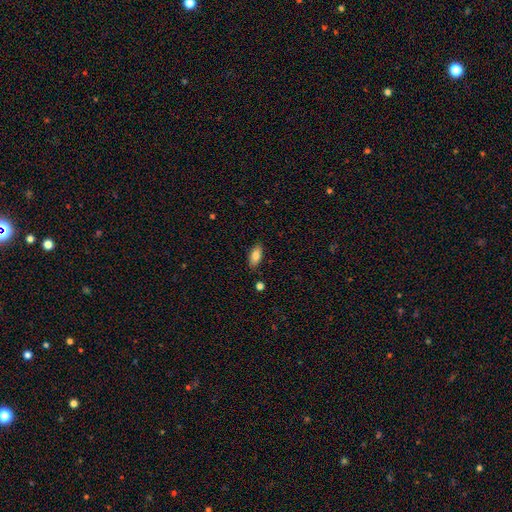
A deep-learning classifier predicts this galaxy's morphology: Q: Smooth or featured?
A: smooth (83%); runner-up: featured or disk (10%)
Q: How rounded?
A: in between (87%); runner-up: cigar-shaped (10%)
Q: Merging?
A: none (85%); runner-up: minor disturbance (11%)